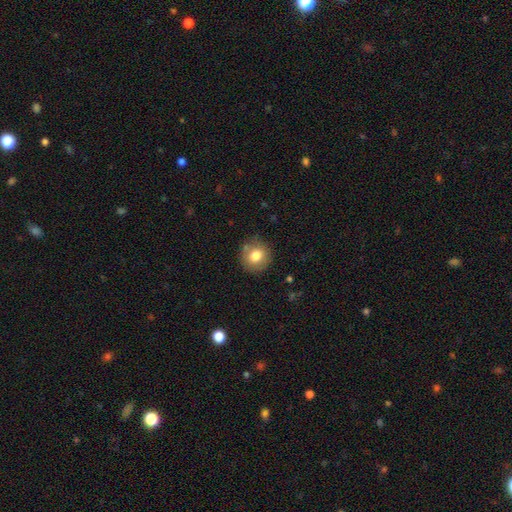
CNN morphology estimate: Smooth or featured? Predicted: smooth (p=0.79). How rounded? Predicted: round (p=0.88). Merging? Predicted: none (p=0.83).